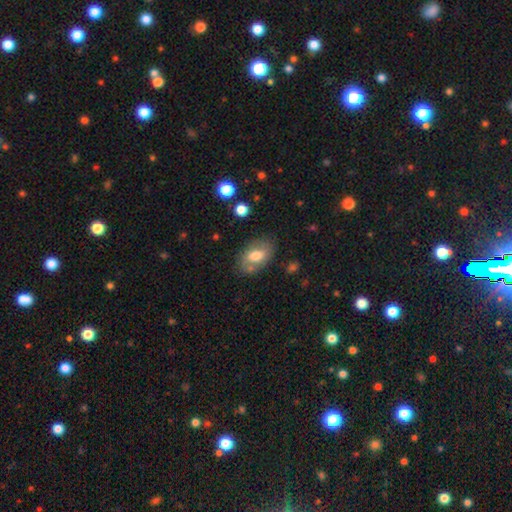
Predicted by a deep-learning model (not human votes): smooth_or_featured: smooth (p=0.57) [alt: featured or disk p=0.35]
how_rounded: in between (p=0.89) [alt: round p=0.09]
merging: none (p=0.70) [alt: minor disturbance p=0.19]